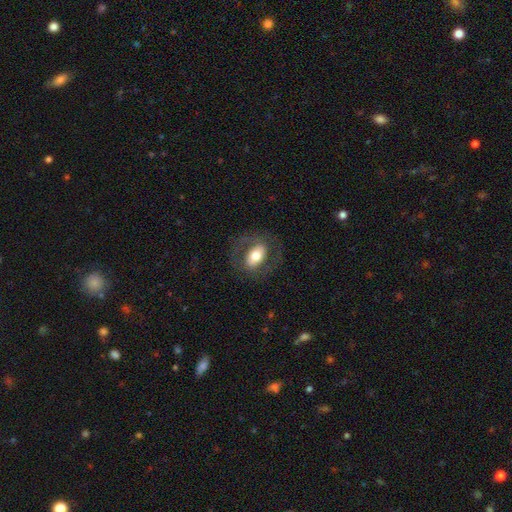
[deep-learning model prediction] smooth_or_featured: smooth (p=0.49) [alt: featured or disk p=0.44]
merging: none (p=0.74) [alt: minor disturbance p=0.13]